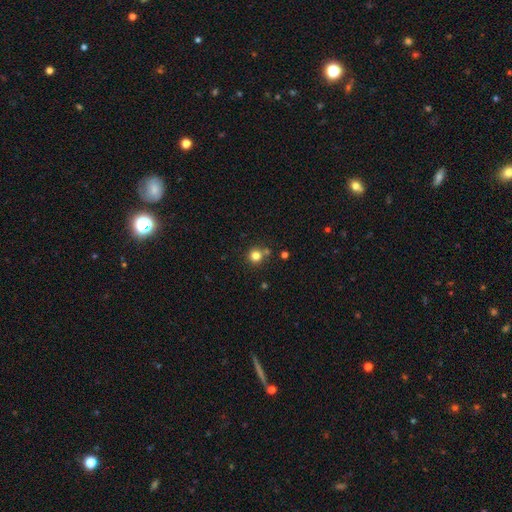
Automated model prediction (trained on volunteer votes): Overall: smooth (81%). How rounded: round (93%). Merging: none (74%).